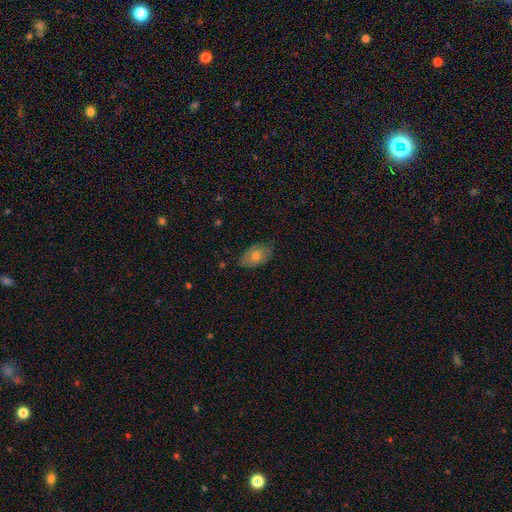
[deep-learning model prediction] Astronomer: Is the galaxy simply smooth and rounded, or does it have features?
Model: smooth — 59%.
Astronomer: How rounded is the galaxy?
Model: in between — 90%.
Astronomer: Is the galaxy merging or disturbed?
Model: none — 75%.